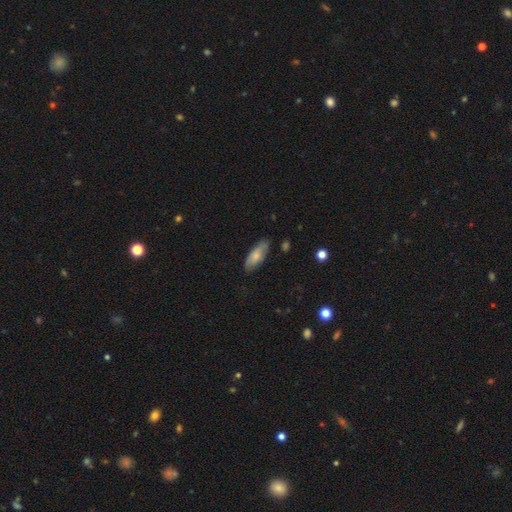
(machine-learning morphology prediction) A smooth galaxy with no disk features (70%) that is in between round and cigar-shaped (75%).

Vote fractions:
- Smooth or featured? smooth: 70% / featured or disk: 24% / star or artifact: 6%
- How rounded? in between: 75% / cigar-shaped: 23% / round: 2%
- Merging? none: 76% / minor disturbance: 19% / major disturbance: 3% / merger: 1%